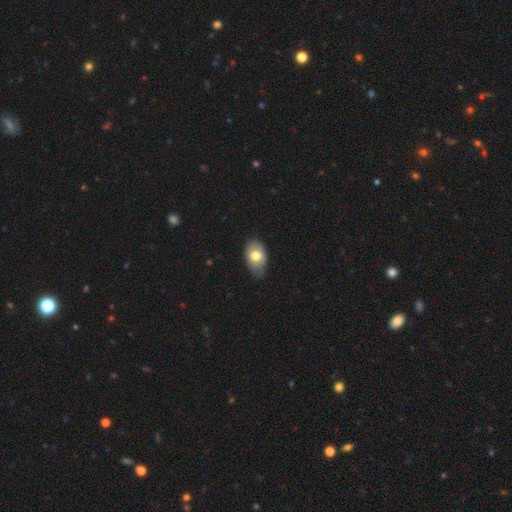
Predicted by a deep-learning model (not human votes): Morphology: type=smooth (71%); roundness=in between (88%); merging=none (58%).